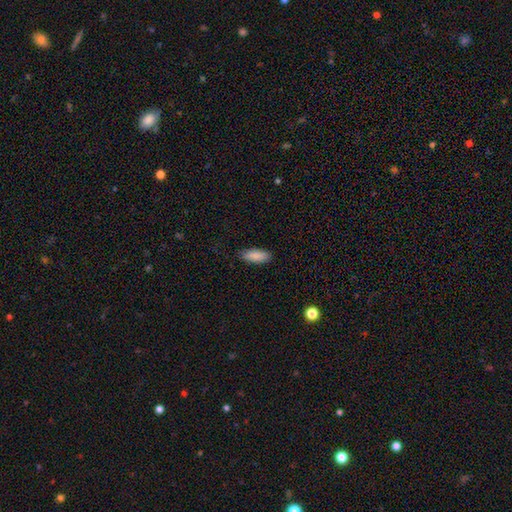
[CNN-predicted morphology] This is clearly a smooth galaxy (88%). How rounded: likely in between (78%). Merging: clearly none (84%).